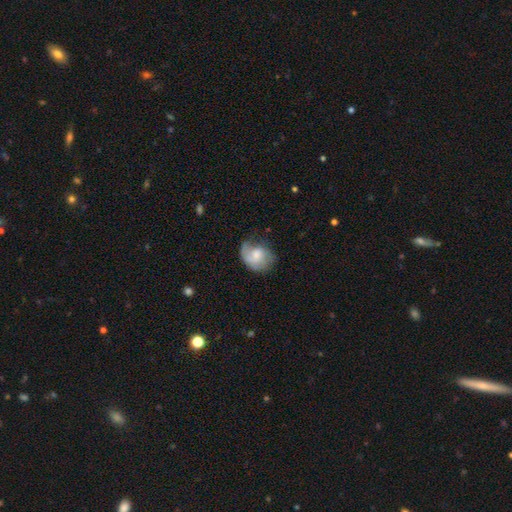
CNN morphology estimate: smooth 50%, featured or disk 42%, star or artifact 7%. Down the decision tree: how rounded — in between (52%); merging — none (44%).